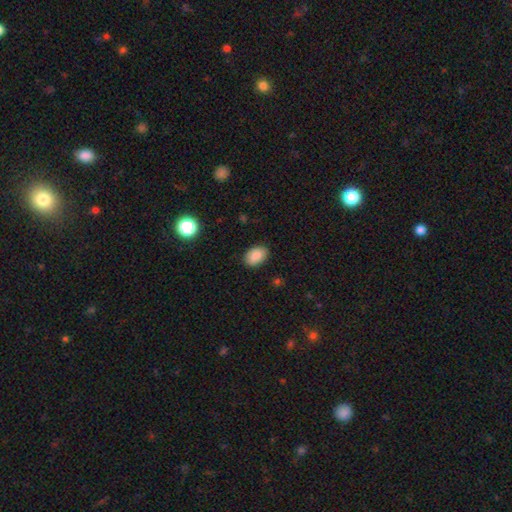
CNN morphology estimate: smooth 88%, star or artifact 8%, featured or disk 4%. Down the decision tree: how rounded — in between (87%); merging — none (86%).